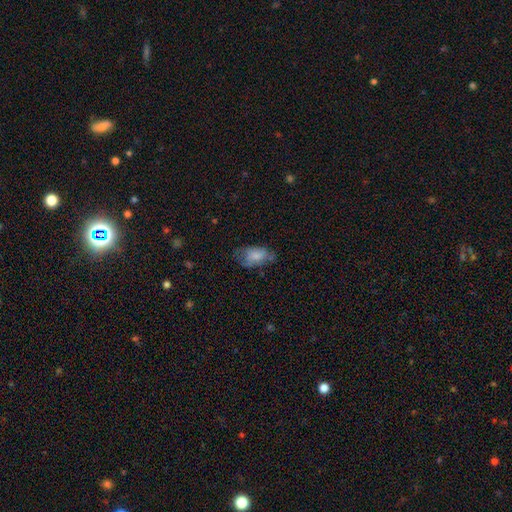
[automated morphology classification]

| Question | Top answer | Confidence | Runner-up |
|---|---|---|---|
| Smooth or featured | smooth | 71% | featured or disk (21%) |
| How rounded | in between | 92% | round (5%) |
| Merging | none | 48% | minor disturbance (32%) |